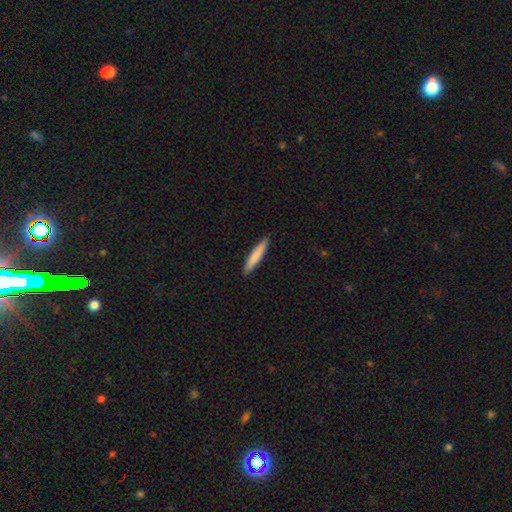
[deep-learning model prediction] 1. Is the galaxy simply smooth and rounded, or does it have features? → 80% smooth, 15% featured or disk, 5% star or artifact.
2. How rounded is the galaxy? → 92% cigar-shaped, 7% in between, 1% round.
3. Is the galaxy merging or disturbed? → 91% none, 6% minor disturbance, 1% major disturbance, 1% merger.